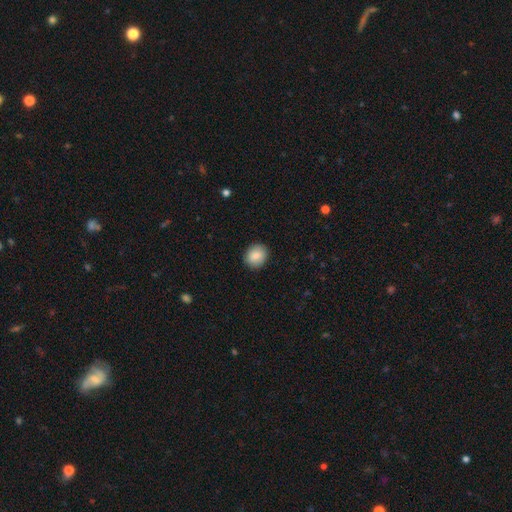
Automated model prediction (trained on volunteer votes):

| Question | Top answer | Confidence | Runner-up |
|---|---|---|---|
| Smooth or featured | smooth | 87% | star or artifact (7%) |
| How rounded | round | 72% | in between (27%) |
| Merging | none | 89% | minor disturbance (8%) |